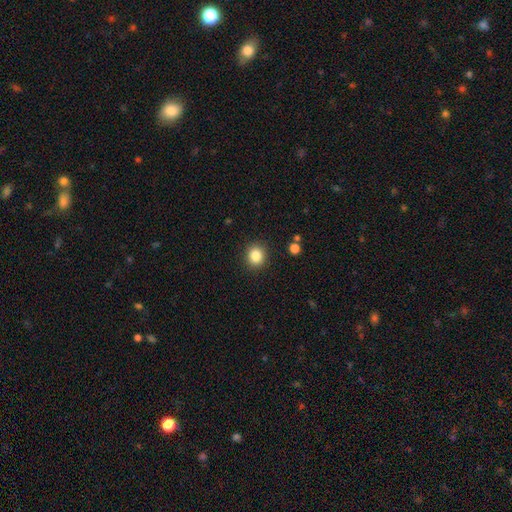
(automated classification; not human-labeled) Smooth or featured: smooth — 85% (star or artifact — 11%)
How rounded: round — 82% (in between — 18%)
Merging: none — 90% (minor disturbance — 7%)